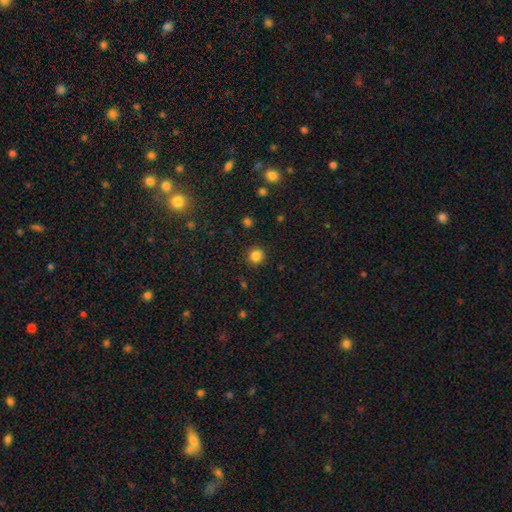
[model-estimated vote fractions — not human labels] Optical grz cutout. It shows a smooth galaxy with no disk features (84%) that is round (91%). Merging: none (90%).